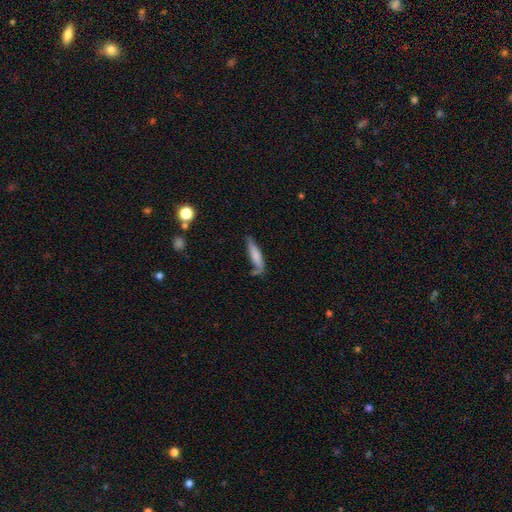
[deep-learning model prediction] smooth-or-featured: smooth: 71% | featured or disk: 23% | star or artifact: 6%
  how-rounded: cigar-shaped: 74% | in between: 24% | round: 2%
  merging: none: 51% | minor disturbance: 27% | major disturbance: 13% | merger: 8%